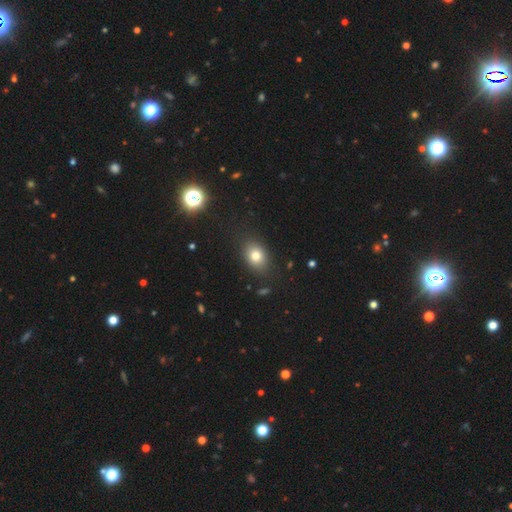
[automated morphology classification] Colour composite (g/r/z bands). It shows a smooth galaxy with no disk features (78%) that is in between round and cigar-shaped (64%). Merging: none (84%).